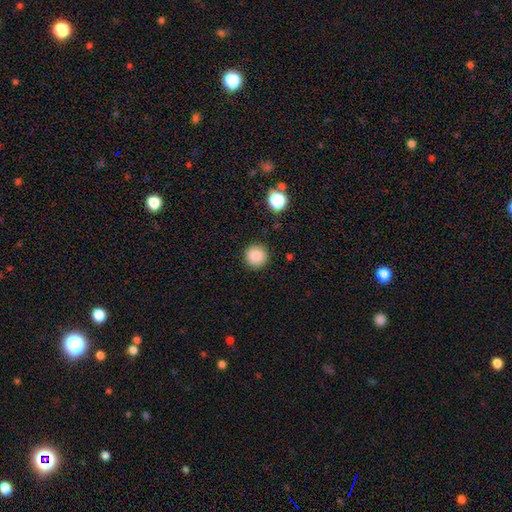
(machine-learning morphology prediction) The model was most divided on "smooth or featured": smooth: 86%, star or artifact: 10%, featured or disk: 4%. More confident: how rounded — round (95%); merging — none (90%).